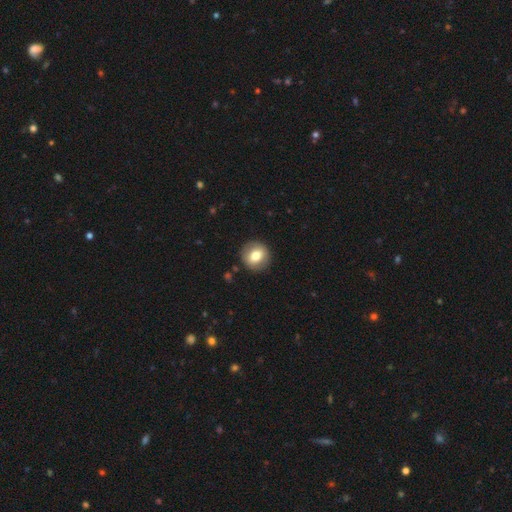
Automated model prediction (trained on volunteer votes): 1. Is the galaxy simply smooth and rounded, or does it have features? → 73% smooth, 18% featured or disk, 8% star or artifact.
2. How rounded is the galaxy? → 87% round, 12% in between, 1% cigar-shaped.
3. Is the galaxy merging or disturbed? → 89% none, 7% minor disturbance, 2% major disturbance, 1% merger.